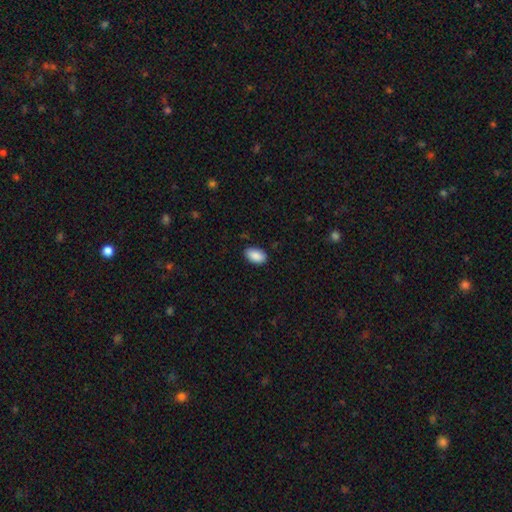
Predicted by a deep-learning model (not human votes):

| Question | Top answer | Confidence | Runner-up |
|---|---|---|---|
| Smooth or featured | smooth | 89% | star or artifact (7%) |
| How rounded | in between | 93% | round (5%) |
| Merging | none | 86% | minor disturbance (11%) |